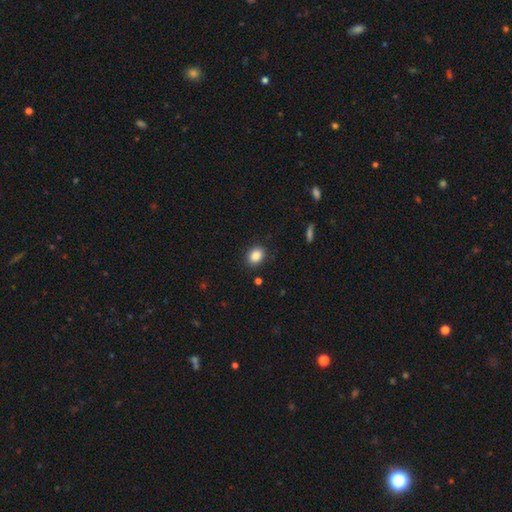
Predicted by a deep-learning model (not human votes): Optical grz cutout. It shows a smooth galaxy with no disk features (87%) that is in between round and cigar-shaped (56%). Merging: none (87%).